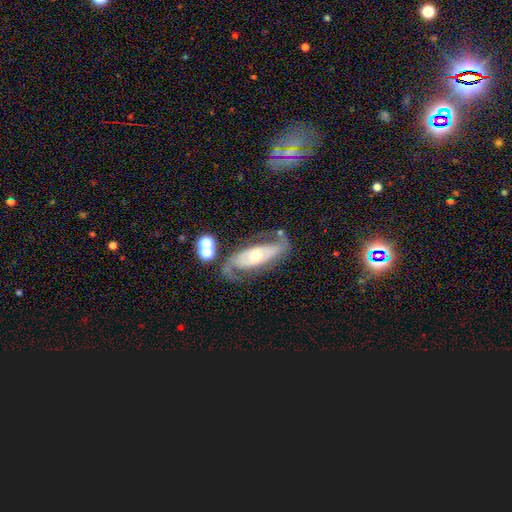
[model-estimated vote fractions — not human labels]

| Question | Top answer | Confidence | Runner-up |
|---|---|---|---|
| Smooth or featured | featured or disk | 80% | smooth (13%) |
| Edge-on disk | no | 89% | yes (11%) |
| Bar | no | 55% | weak (27%) |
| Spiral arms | yes | 90% | no (10%) |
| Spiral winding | medium | 44% | loose (28%) |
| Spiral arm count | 2 | 84% | can't tell (8%) |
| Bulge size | moderate | 55% | small (33%) |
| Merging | none | 66% | minor disturbance (18%) |